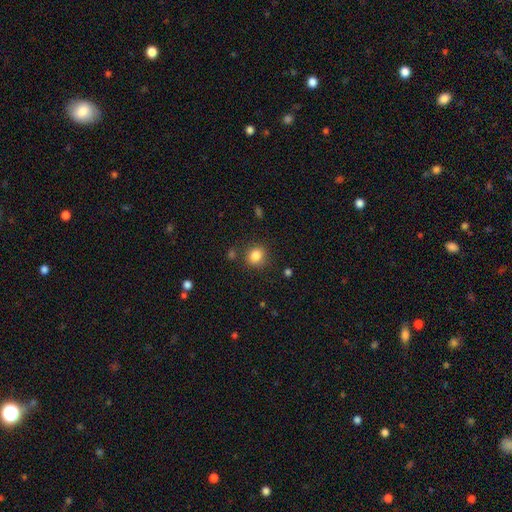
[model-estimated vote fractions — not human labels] This is clearly a smooth galaxy (85%). How rounded: likely round (70%). Merging: clearly none (82%).